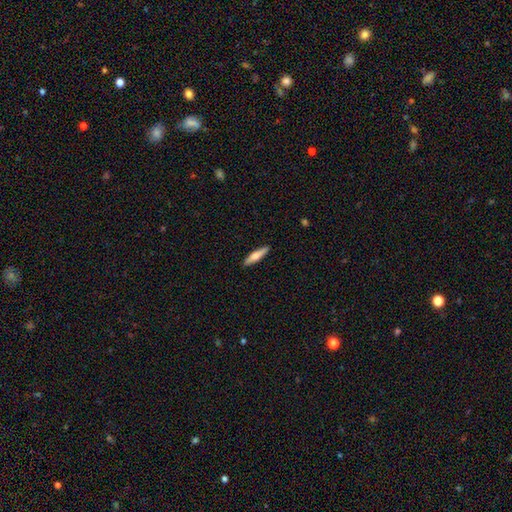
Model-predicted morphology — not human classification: A smooth galaxy with no disk features (64%) that is cigar-shaped (81%). Merging: none (90%).